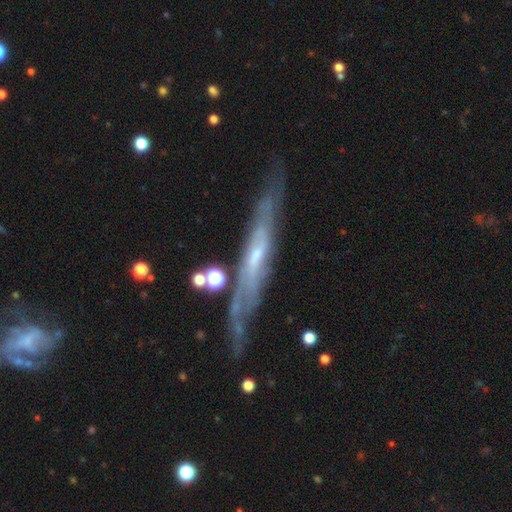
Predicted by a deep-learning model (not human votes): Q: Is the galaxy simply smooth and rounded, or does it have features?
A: featured or disk — 78%.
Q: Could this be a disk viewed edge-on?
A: yes — 71%.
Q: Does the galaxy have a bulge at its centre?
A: none — 53%.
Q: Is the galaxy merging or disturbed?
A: none — 73%.